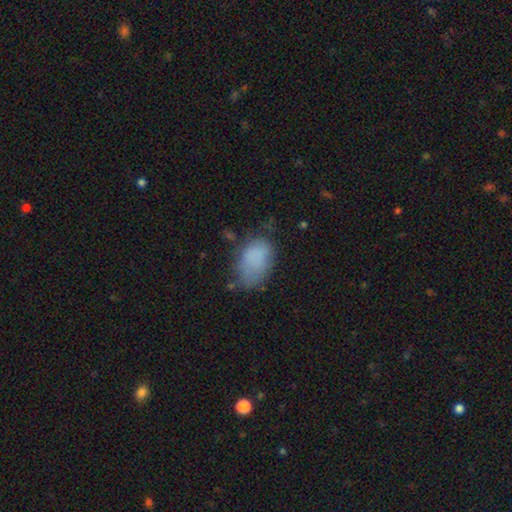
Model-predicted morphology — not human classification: Smooth or featured? Predicted: smooth (p=0.79). How rounded? Predicted: in between (p=0.89). Merging? Predicted: none (p=0.47).